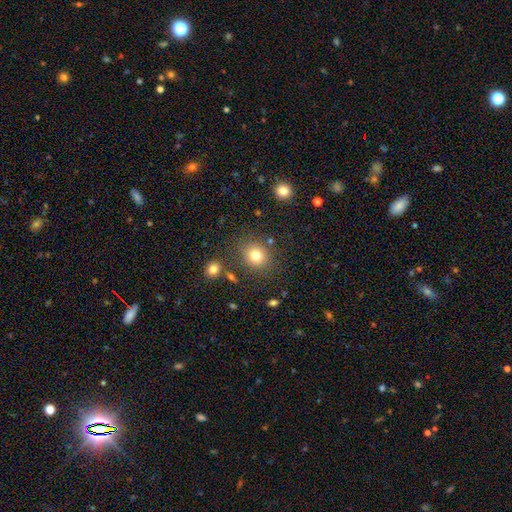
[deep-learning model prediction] smooth_or_featured: smooth (p=0.79) [alt: star or artifact p=0.13]
how_rounded: round (p=0.78) [alt: in between p=0.21]
merging: none (p=0.82) [alt: minor disturbance p=0.10]